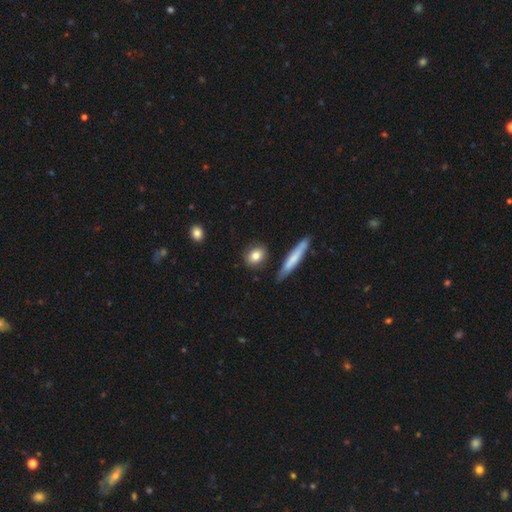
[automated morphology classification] smooth-or-featured: smooth: 81% | featured or disk: 12% | star or artifact: 7%
  how-rounded: round: 49% | in between: 41% | cigar-shaped: 10%
  merging: none: 84% | minor disturbance: 10% | merger: 4% | major disturbance: 3%